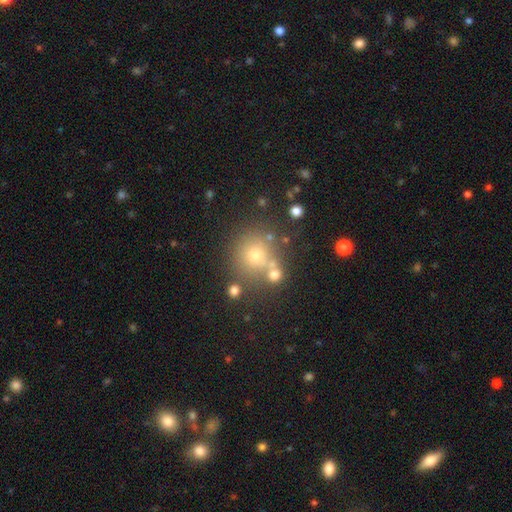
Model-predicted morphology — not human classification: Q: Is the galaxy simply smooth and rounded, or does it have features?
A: smooth — 64%.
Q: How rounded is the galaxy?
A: round — 86%.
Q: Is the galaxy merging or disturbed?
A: none — 63%.